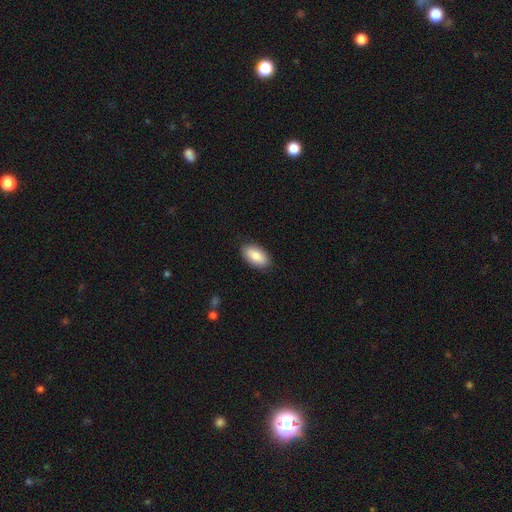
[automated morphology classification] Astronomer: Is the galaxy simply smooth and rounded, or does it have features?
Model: smooth — 85%.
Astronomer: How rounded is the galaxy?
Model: in between — 94%.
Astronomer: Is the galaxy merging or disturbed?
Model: none — 88%.